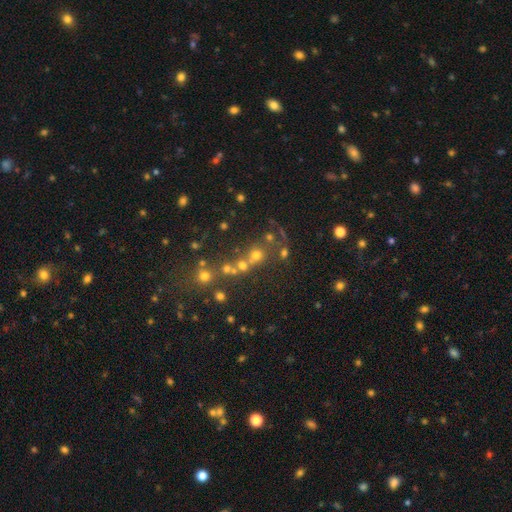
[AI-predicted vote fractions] Overall: smooth (46%; star or artifact 37%). Merging: none (54%; merger 32%).